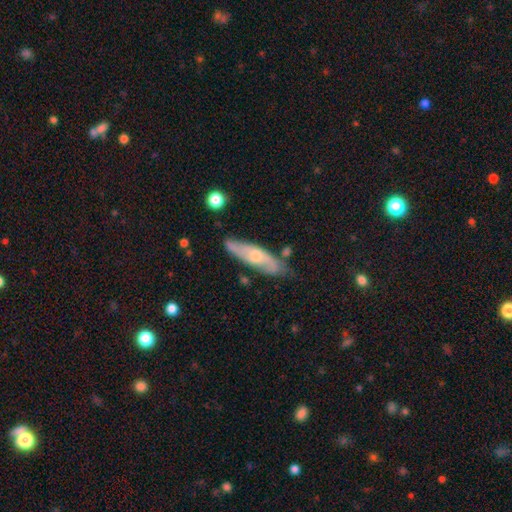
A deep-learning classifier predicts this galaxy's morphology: Smooth or featured: featured or disk — 61% (smooth — 33%)
Edge-on disk: no — 64% (yes — 36%)
Merging: none — 74% (minor disturbance — 19%)